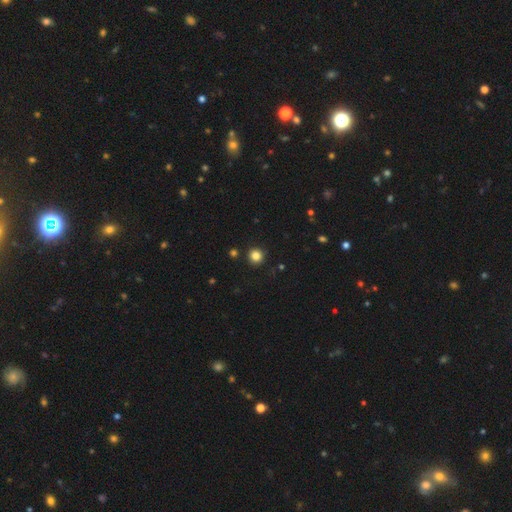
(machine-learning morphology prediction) The model was most divided on "smooth or featured": smooth: 83%, star or artifact: 12%, featured or disk: 4%. More confident: how rounded — round (95%); merging — none (92%).